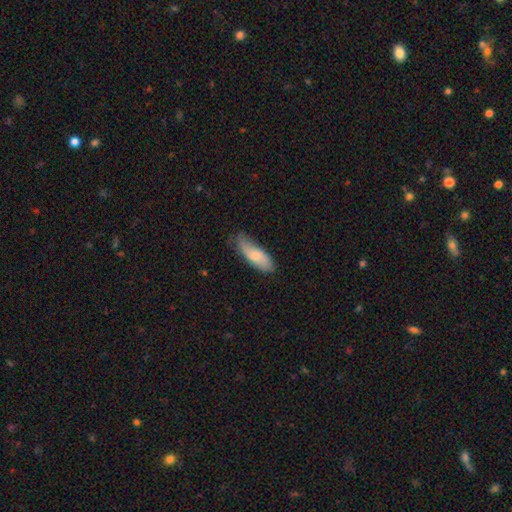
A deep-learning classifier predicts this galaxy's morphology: type=smooth (70%); roundness=in between (67%); merging=none (56%).